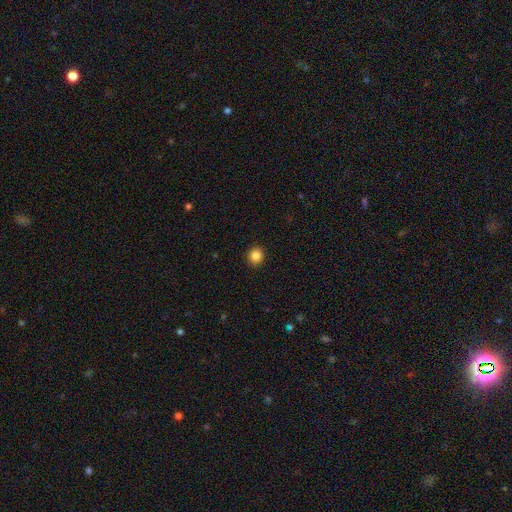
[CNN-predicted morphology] Overall: smooth (85%). How rounded: round (89%). Merging: none (92%).